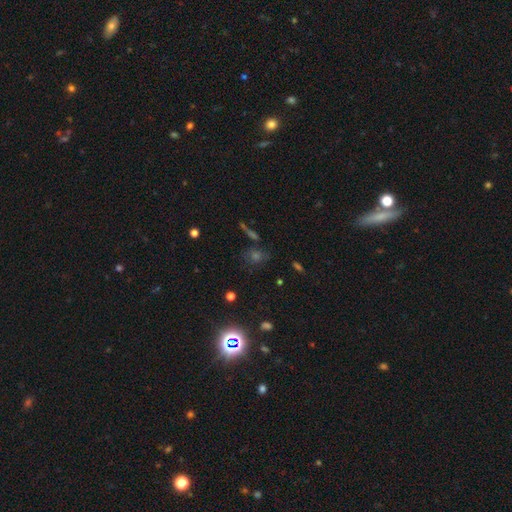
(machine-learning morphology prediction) Q: Smooth or featured?
A: star or artifact (50%); runner-up: smooth (37%)